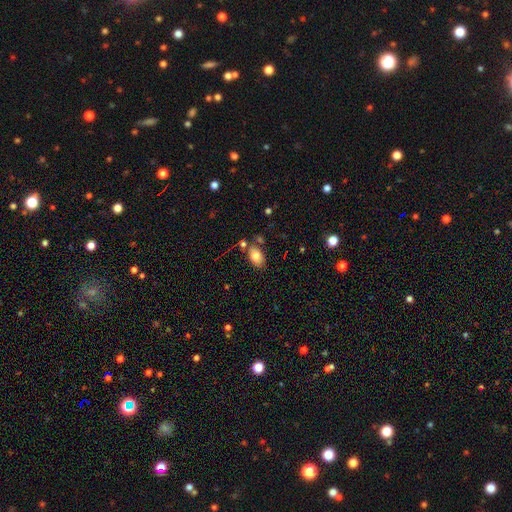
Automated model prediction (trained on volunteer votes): Q: Smooth or featured?
A: smooth (80%); runner-up: featured or disk (12%)
Q: How rounded?
A: in between (89%); runner-up: round (9%)
Q: Merging?
A: none (70%); runner-up: minor disturbance (14%)